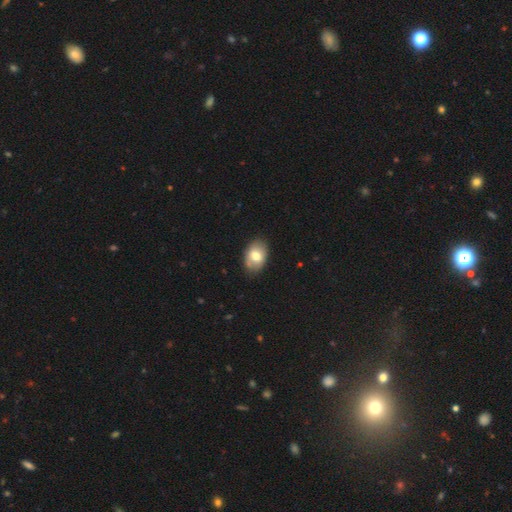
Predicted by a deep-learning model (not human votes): smooth_or_featured: smooth (p=0.70) [alt: featured or disk p=0.23]
how_rounded: in between (p=0.85) [alt: round p=0.14]
merging: none (p=0.78) [alt: minor disturbance p=0.17]